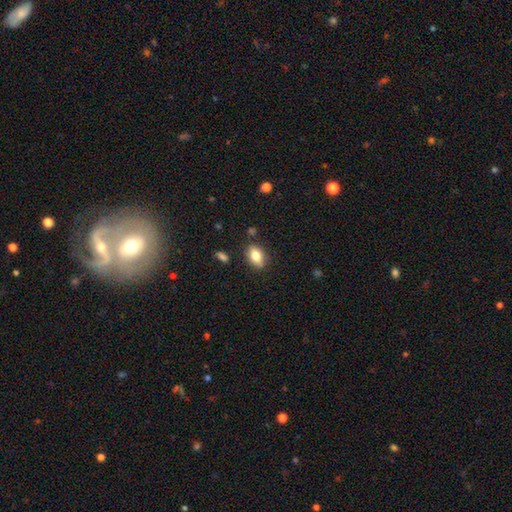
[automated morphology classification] A smooth galaxy with no disk features (77%) that is in between round and cigar-shaped (82%). Merging: none (82%).